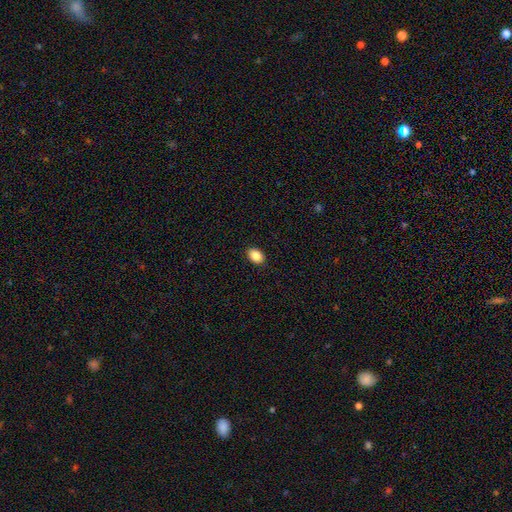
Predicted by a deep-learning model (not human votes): smooth 86%, star or artifact 8%, featured or disk 5%. Down the decision tree: how rounded — in between (75%); merging — none (90%).